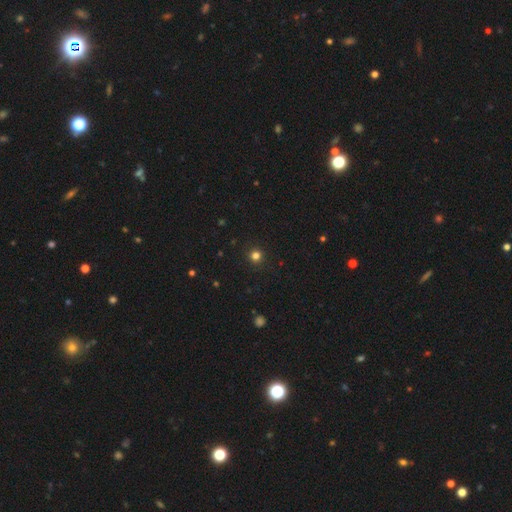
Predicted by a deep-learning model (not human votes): Smooth or featured? smooth (80%)
How rounded? round (95%)
Merging? none (93%)